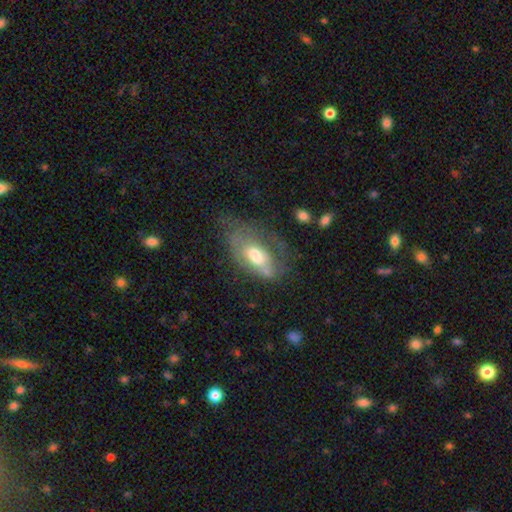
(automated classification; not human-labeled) Smooth or featured: smooth — 46% (tied with featured or disk — 46%)
Merging: none — 34% (major disturbance — 33%)